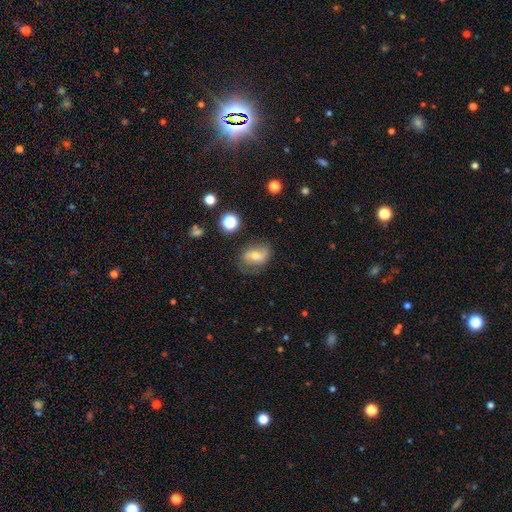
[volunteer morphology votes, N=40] smooth_or_featured: featured or disk (p=0.50) [alt: smooth p=0.45]
disk_edge_on: no (p=1.00)
bar: no (p=0.60) [alt: weak p=0.30]
has_spiral_arms: yes (p=0.90) [alt: no p=0.10]
spiral_winding: tight (p=0.33) [tied with: medium p=0.33, loose p=0.33]
spiral_arm_count: 2 (p=0.72) [alt: can't tell p=0.22]
bulge_size: moderate (p=0.85) [alt: small p=0.10]
merging: none (p=0.71) [alt: minor disturbance p=0.21]